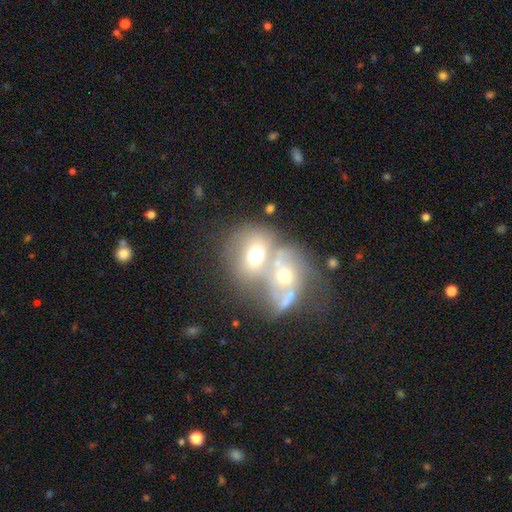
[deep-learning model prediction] Smooth or featured: smooth — 52% (featured or disk — 34%)
How rounded: round — 61% (in between — 37%)
Merging: merger — 66% (none — 18%)